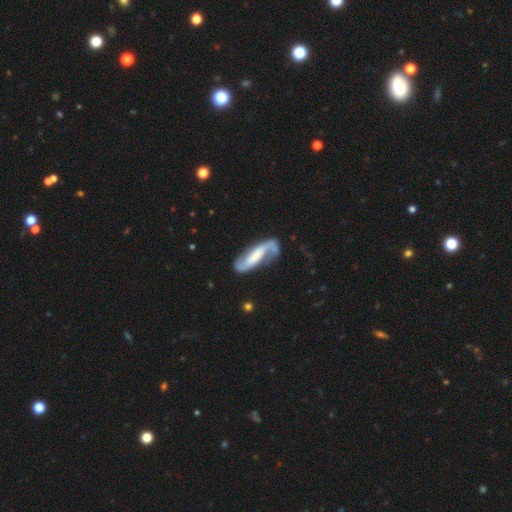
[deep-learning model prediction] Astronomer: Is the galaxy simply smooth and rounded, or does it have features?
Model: featured or disk — 81%.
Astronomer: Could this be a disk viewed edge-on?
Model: no — 92%.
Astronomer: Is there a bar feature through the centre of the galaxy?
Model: strong — 42% (runner-up: weak, 32%).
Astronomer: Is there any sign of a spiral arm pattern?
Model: yes — 95%.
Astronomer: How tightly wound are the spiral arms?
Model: loose — 55% (runner-up: medium, 33%).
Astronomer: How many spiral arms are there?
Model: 2 — 89%.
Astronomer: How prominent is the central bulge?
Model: moderate — 27% (runner-up: none, 26%).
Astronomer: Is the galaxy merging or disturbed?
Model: none — 66%.